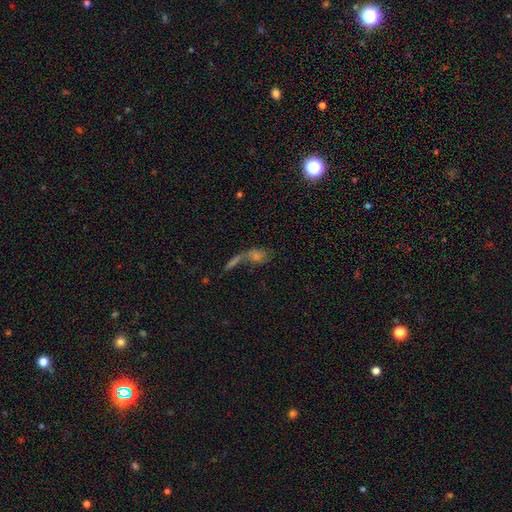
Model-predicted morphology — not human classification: Overall: smooth (42%; featured or disk 30%). Merging: merger (48%; none 29%).